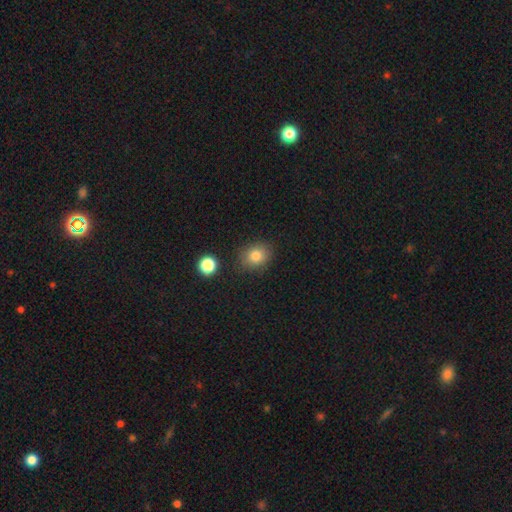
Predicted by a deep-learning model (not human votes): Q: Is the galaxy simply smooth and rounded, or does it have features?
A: smooth — 80%.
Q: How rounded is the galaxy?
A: round — 59%.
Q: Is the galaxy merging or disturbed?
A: none — 83%.